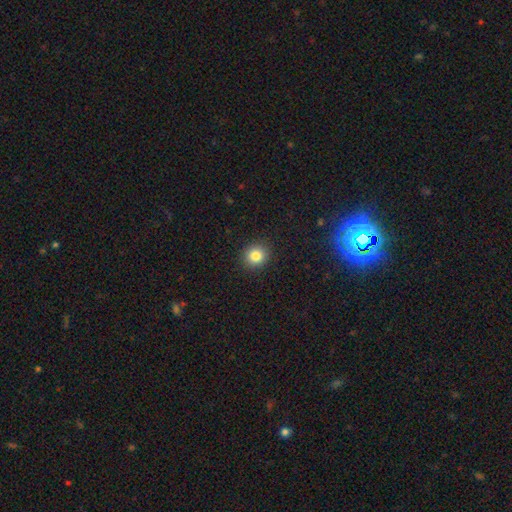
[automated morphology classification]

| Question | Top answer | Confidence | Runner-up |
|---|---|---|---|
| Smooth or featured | smooth | 84% | star or artifact (11%) |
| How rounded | round | 85% | in between (14%) |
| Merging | none | 91% | minor disturbance (6%) |